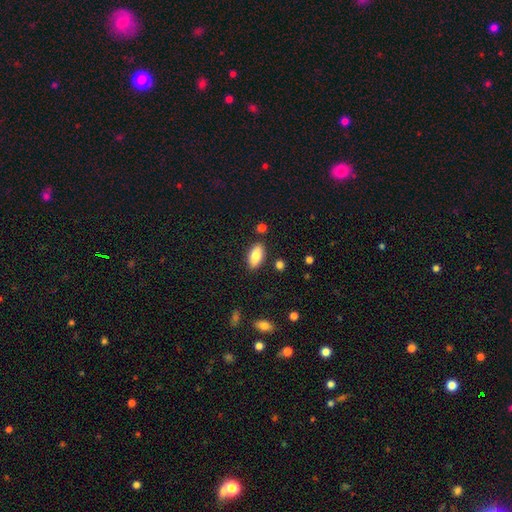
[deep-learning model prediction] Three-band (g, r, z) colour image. It shows a smooth galaxy with no disk features (83%) that is in between round and cigar-shaped (87%). Merging: none (85%).